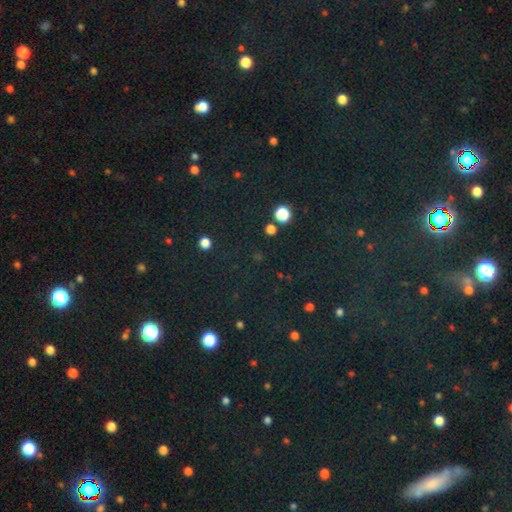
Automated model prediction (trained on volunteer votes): smooth-or-featured: star or artifact: 75% | smooth: 17% | featured or disk: 7%